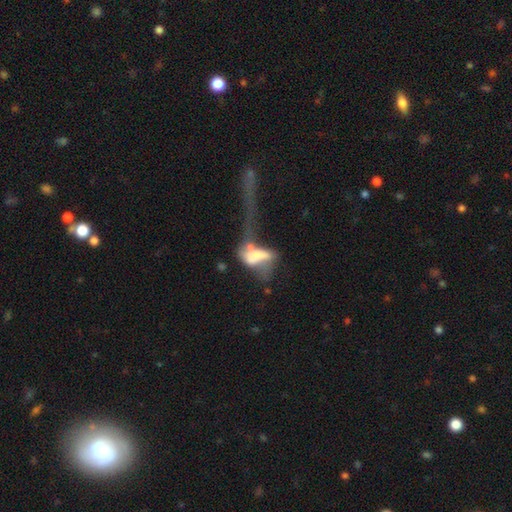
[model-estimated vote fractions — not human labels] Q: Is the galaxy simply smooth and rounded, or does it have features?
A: featured or disk — 47%.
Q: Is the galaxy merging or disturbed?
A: major disturbance — 48%.